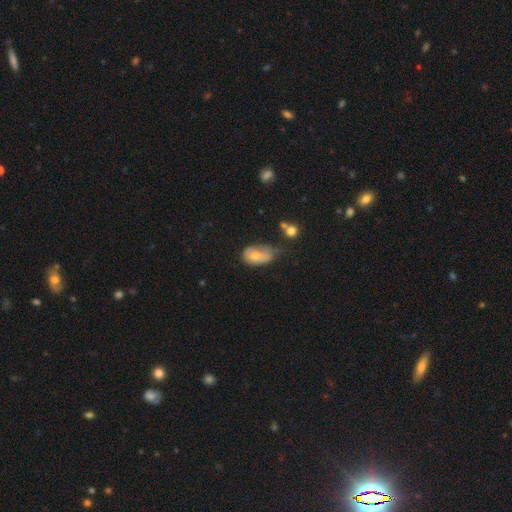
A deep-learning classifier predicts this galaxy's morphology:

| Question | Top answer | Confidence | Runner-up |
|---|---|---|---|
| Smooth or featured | smooth | 67% | featured or disk (25%) |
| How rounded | in between | 85% | round (14%) |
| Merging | minor disturbance | 40% | major disturbance (25%) |